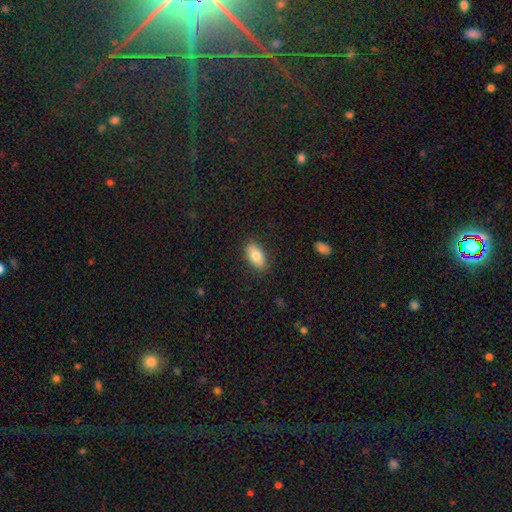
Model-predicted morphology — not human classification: type=smooth (78%); roundness=in between (90%); merging=none (87%).